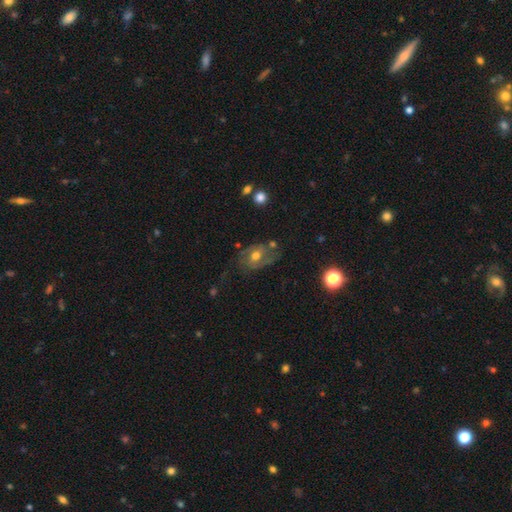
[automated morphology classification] The model was most divided on "smooth or featured": featured or disk: 56%, smooth: 32%, star or artifact: 12%. More confident: edge-on disk — no (94%); bulge size — moderate (73%); spiral arms — yes (68%); bar — no (64%); merging — none (54%).